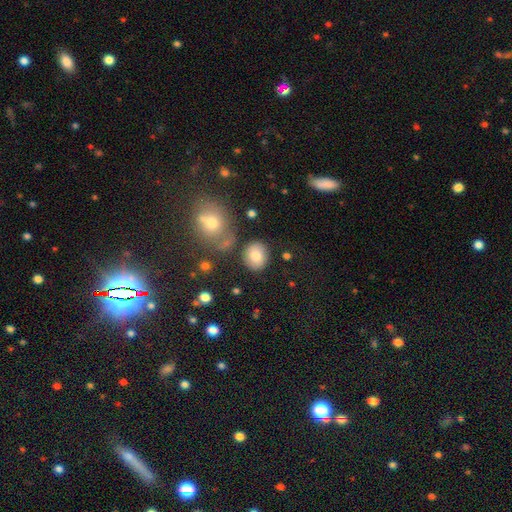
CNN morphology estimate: Q: Smooth or featured?
A: smooth (79%); runner-up: featured or disk (11%)
Q: How rounded?
A: round (68%); runner-up: in between (31%)
Q: Merging?
A: none (81%); runner-up: minor disturbance (10%)